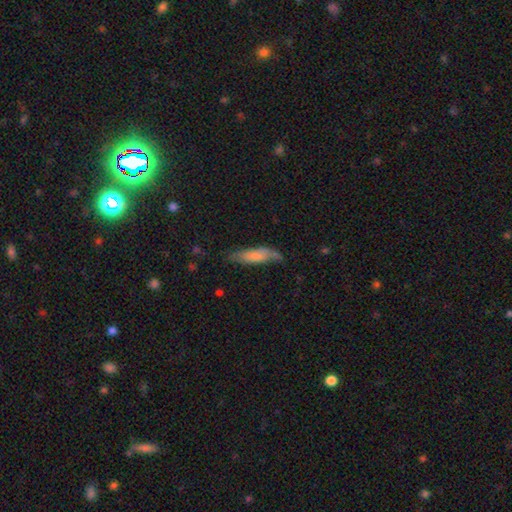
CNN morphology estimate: Smooth or featured? Predicted: smooth (p=0.68). How rounded? Predicted: cigar-shaped (p=0.60). Merging? Predicted: none (p=0.56).